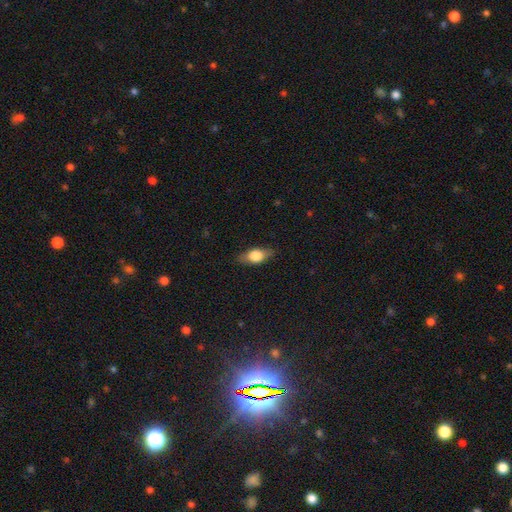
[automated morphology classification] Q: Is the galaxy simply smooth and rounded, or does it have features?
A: smooth — 68%.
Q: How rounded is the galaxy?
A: in between — 79%.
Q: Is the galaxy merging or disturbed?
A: none — 83%.